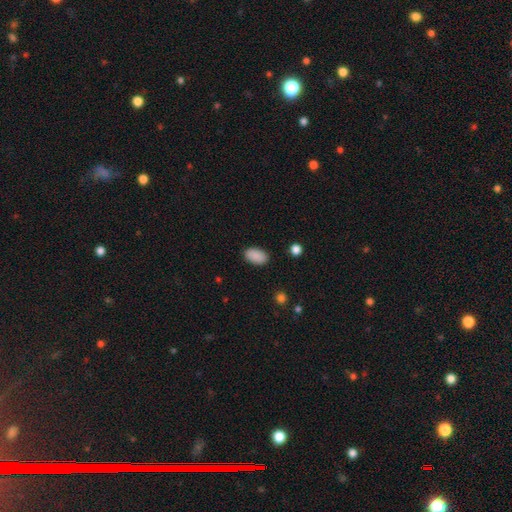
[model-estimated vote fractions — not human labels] Q: Smooth or featured?
A: smooth (90%); runner-up: star or artifact (7%)
Q: How rounded?
A: in between (94%); runner-up: round (4%)
Q: Merging?
A: none (88%); runner-up: minor disturbance (8%)